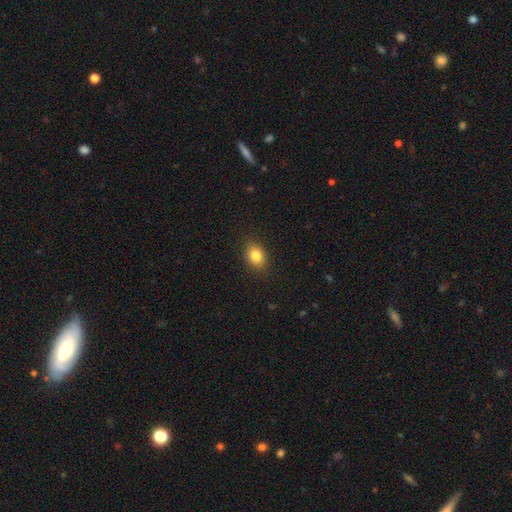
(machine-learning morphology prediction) Smooth or featured? Predicted: smooth (p=0.84). How rounded? Predicted: in between (p=0.65). Merging? Predicted: none (p=0.88).